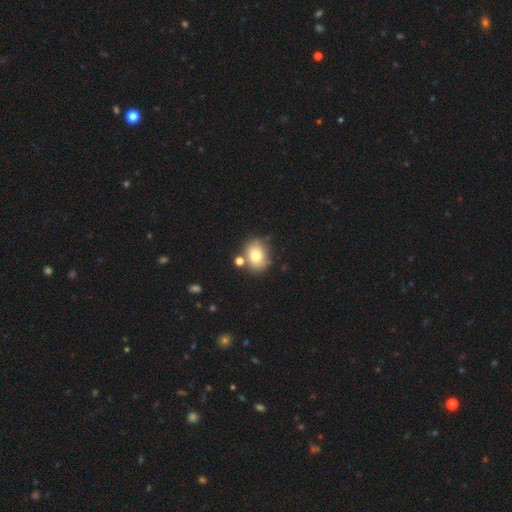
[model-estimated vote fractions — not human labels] Morphology: type=smooth (75%); roundness=round (58%); merging=none (64%).